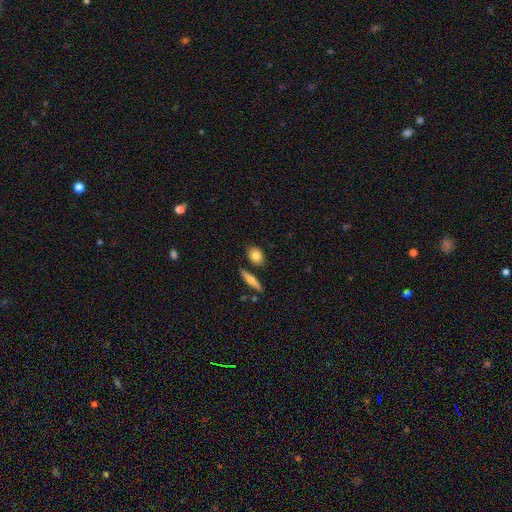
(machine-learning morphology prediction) Smooth or featured? Predicted: smooth (p=0.80). How rounded? Predicted: in between (p=0.49). Merging? Predicted: none (p=0.78).